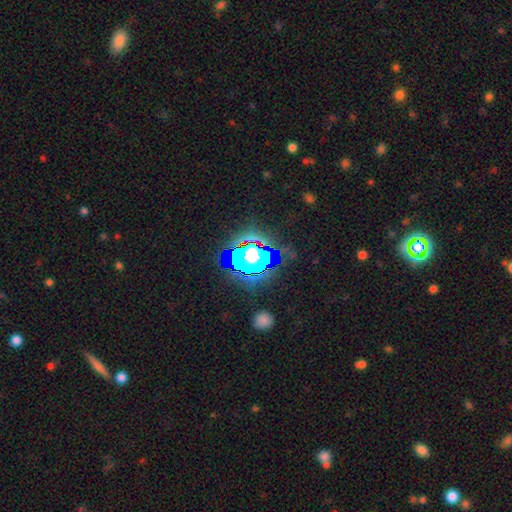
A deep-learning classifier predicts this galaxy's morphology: This is possibly a star or artifact rather than a galaxy (54%).